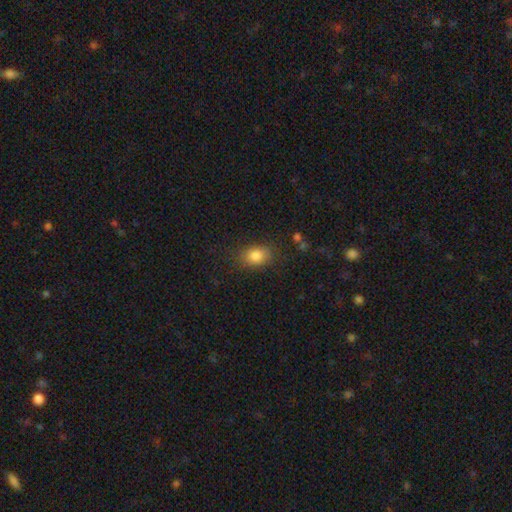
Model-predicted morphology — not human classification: type=smooth (84%); roundness=in between (71%); merging=none (79%).